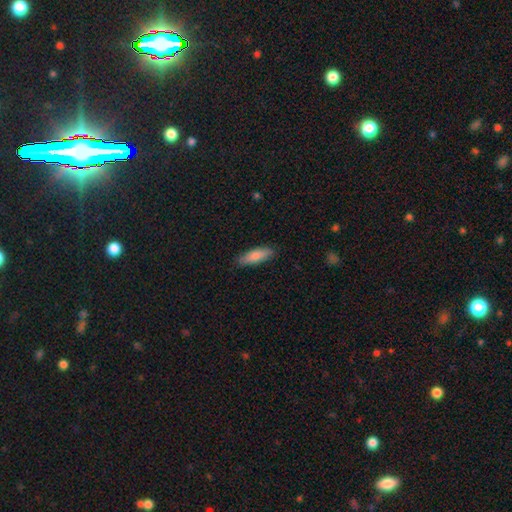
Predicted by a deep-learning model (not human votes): Smooth or featured?
  - smooth: 83% *
  - featured or disk: 11%
  - star or artifact: 6%
How rounded?
  - in between: 51% *
  - cigar-shaped: 48%
  - round: 2%
Merging?
  - none: 86% *
  - minor disturbance: 10%
  - major disturbance: 2%
  - merger: 1%